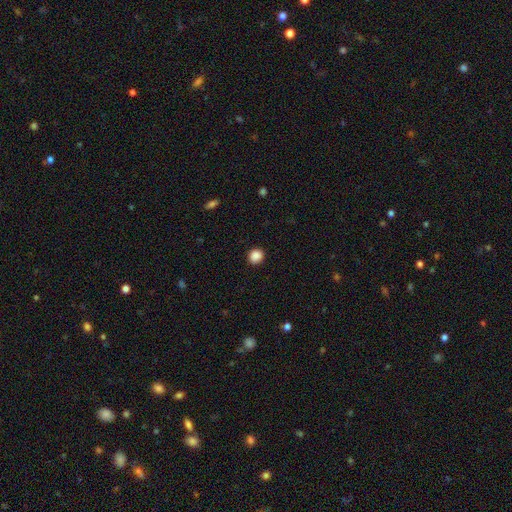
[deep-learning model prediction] Morphology: type=smooth (88%); roundness=round (87%); merging=none (91%).